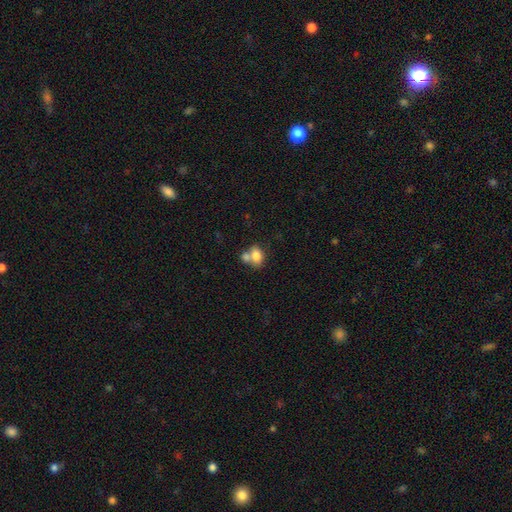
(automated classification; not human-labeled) smooth 78%, featured or disk 13%, star or artifact 9%. Down the decision tree: how rounded — in between (70%); merging — merger (51%).